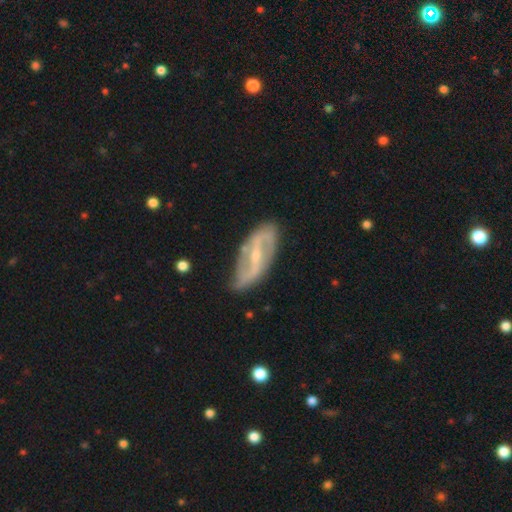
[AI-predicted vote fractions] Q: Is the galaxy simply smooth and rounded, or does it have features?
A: featured or disk — 82%.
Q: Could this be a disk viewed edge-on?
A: no — 90%.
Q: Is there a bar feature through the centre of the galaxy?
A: strong — 49%.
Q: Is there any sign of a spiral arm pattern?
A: yes — 87%.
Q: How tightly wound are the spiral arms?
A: loose — 48%.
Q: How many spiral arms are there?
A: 2 — 85%.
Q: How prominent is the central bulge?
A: small — 69%.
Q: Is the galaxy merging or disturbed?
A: none — 77%.